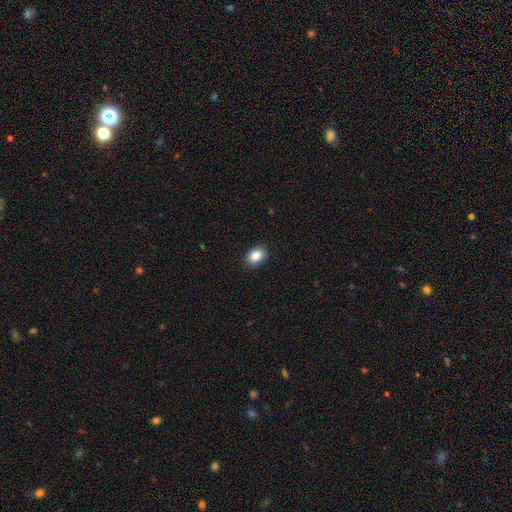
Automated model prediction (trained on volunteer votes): Smooth or featured? smooth (86%)
How rounded? in between (69%)
Merging? none (88%)